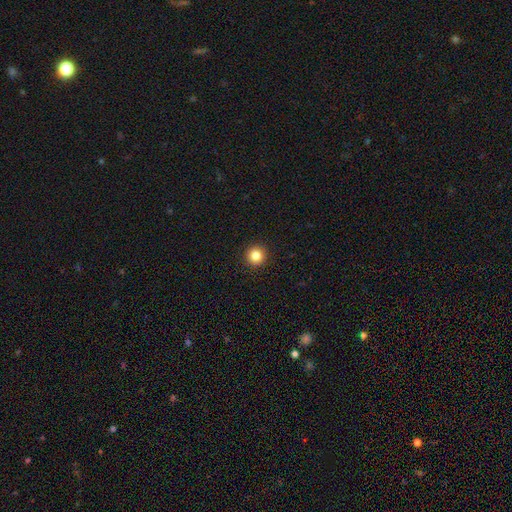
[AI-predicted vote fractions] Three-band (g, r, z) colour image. It shows a smooth galaxy with no disk features (85%) that is round (95%). Merging: none (93%).